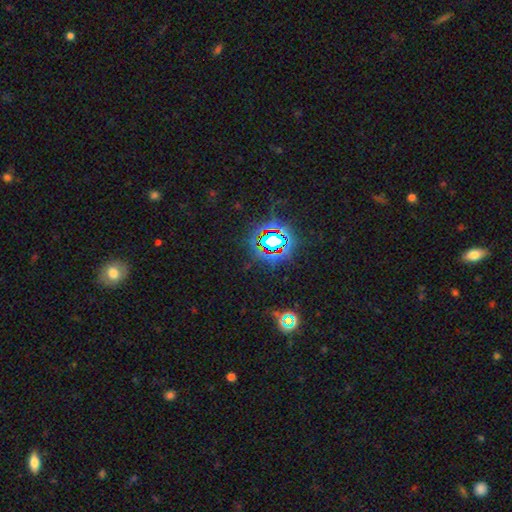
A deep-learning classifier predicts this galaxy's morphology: Q: Smooth or featured?
A: star or artifact (78%); runner-up: smooth (13%)